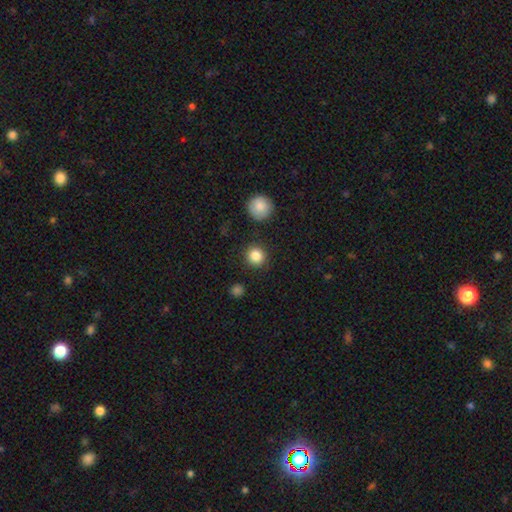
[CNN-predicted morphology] Smooth or featured: smooth — 86% (star or artifact — 10%)
How rounded: round — 93% (in between — 6%)
Merging: none — 89% (minor disturbance — 6%)